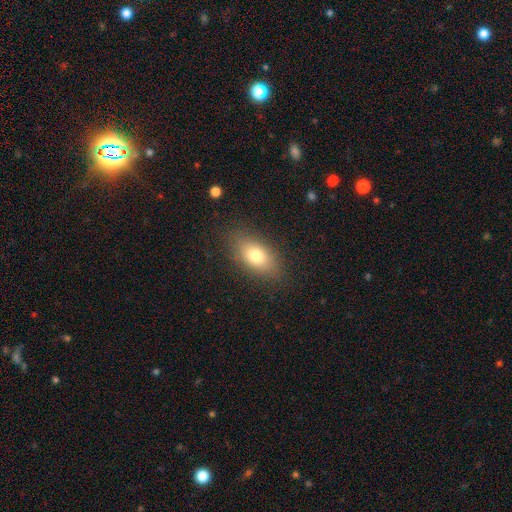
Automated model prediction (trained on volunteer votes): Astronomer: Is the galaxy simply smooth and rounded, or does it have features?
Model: smooth — 77%.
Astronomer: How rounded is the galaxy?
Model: in between — 87%.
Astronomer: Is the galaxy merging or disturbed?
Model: none — 84%.